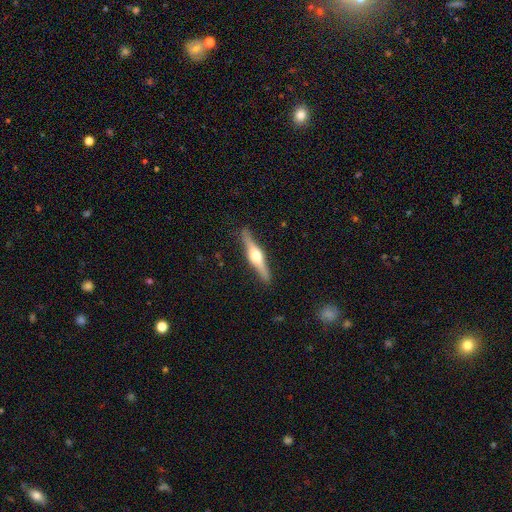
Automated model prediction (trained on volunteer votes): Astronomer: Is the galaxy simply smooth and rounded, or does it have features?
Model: featured or disk — 75%.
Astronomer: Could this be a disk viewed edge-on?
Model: yes — 98%.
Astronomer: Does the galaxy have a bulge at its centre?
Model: rounded — 94%.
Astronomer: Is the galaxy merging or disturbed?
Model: none — 90%.